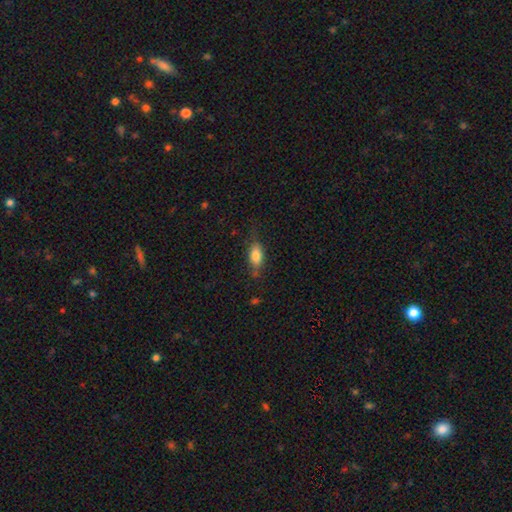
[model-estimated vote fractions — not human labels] The model was most divided on "merging": none: 66%, minor disturbance: 24%, major disturbance: 7%, merger: 3%. More confident: how rounded — in between (83%); smooth or featured — smooth (78%).